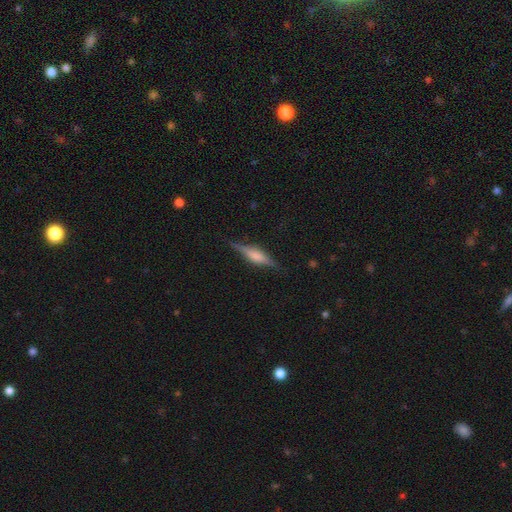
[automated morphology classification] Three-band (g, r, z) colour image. It shows a featured or disk galaxy (61%) viewed edge-on (96%) with a rounded central bulge (58%). Merging: none (82%).